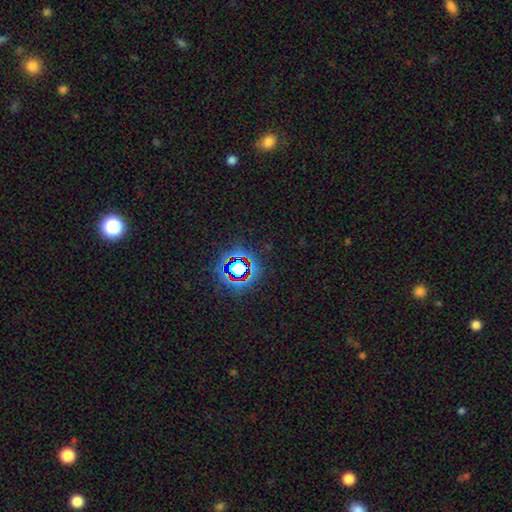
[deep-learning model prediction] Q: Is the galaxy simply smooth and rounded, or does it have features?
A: star or artifact — 77%.